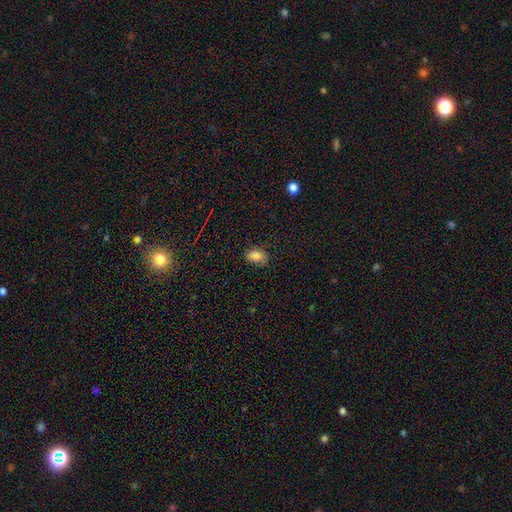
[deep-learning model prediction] Smooth or featured: smooth — 83% (star or artifact — 11%)
How rounded: in between — 83% (round — 16%)
Merging: none — 75% (minor disturbance — 20%)